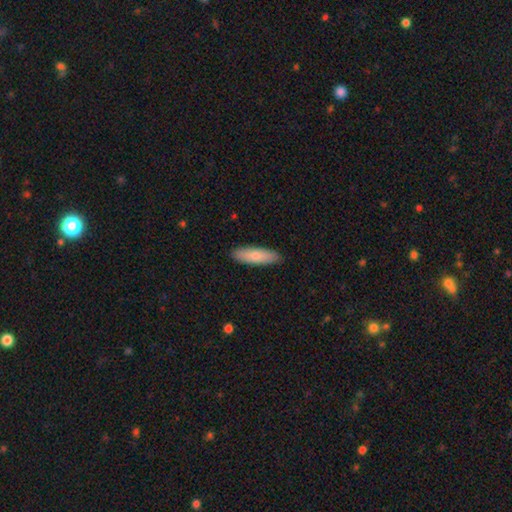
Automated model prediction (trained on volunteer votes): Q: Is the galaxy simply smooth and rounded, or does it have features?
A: smooth — 80%.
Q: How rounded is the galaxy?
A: cigar-shaped — 53%.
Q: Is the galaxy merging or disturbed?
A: none — 89%.